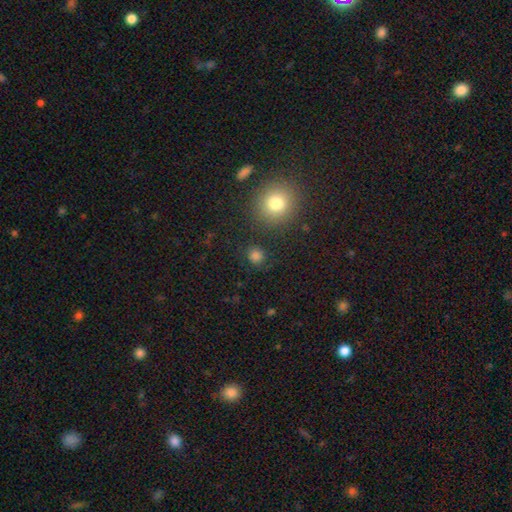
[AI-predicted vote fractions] Smooth or featured: smooth — 79% (star or artifact — 17%)
How rounded: round — 85% (in between — 14%)
Merging: none — 84% (minor disturbance — 9%)